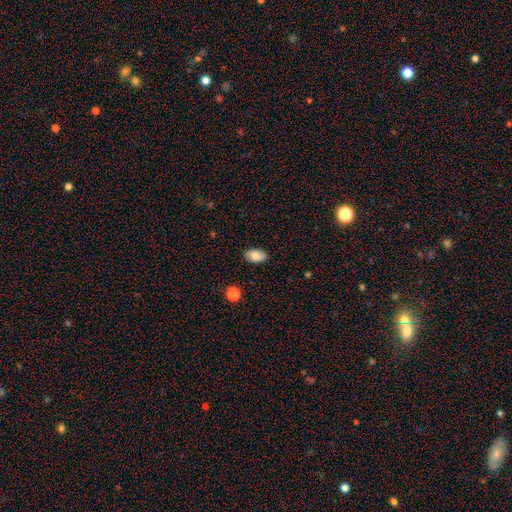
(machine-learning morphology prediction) Smooth or featured?
  - smooth: 85% *
  - star or artifact: 8%
  - featured or disk: 7%
How rounded?
  - in between: 93% *
  - round: 6%
  - cigar-shaped: 1%
Merging?
  - none: 88% *
  - minor disturbance: 9%
  - major disturbance: 2%
  - merger: 1%